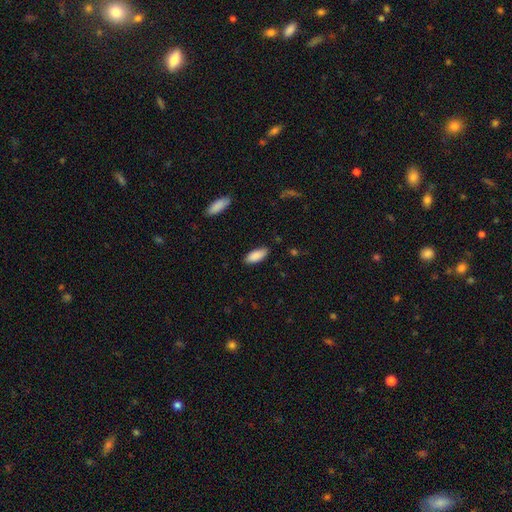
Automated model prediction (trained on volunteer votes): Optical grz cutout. It shows a smooth galaxy with no disk features (89%) that is in between round and cigar-shaped (85%). Merging: none (85%).